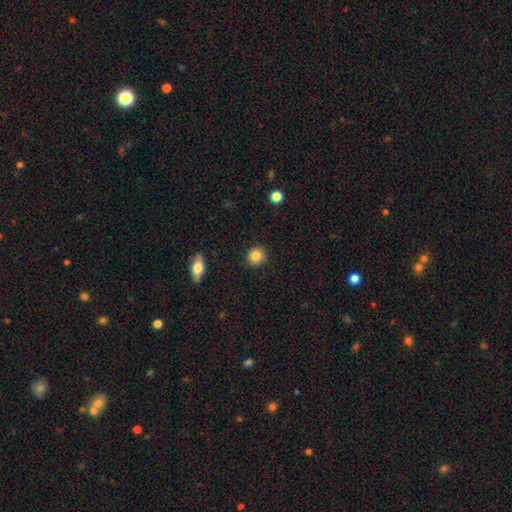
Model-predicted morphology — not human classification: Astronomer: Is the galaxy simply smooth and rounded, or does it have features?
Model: smooth — 84%.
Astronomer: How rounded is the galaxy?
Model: round — 90%.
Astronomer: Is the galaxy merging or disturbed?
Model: none — 89%.